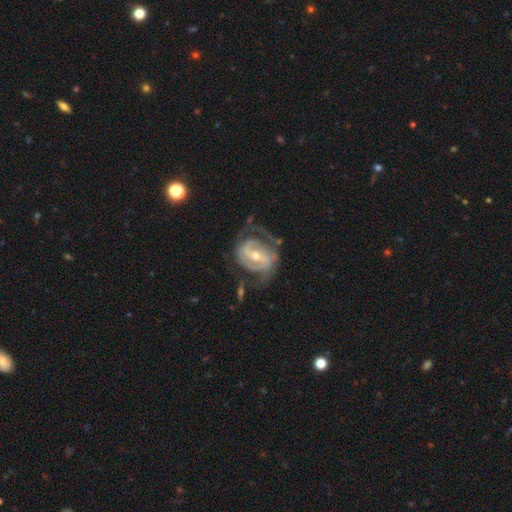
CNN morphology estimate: Smooth or featured? featured or disk (85%)
Edge-on disk? no (96%)
Bar? strong (49%)
Spiral arms? yes (86%)
Spiral winding? medium (42%)
Spiral arm count? 2 (73%)
Bulge size? moderate (53%)
Merging? none (55%)